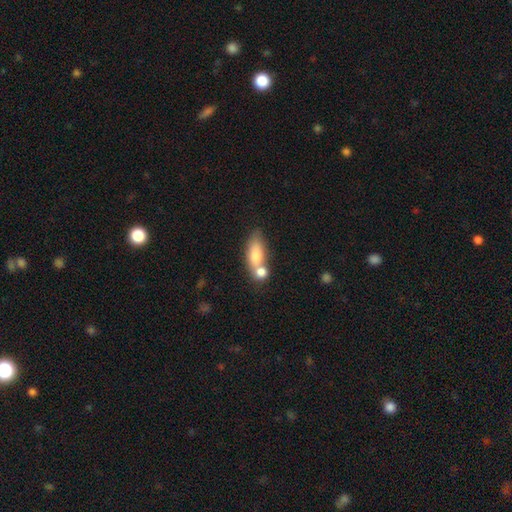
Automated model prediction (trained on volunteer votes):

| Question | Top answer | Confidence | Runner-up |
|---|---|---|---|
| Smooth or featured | smooth | 75% | featured or disk (17%) |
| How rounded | in between | 69% | cigar-shaped (22%) |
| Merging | merger | 47% | none (35%) |